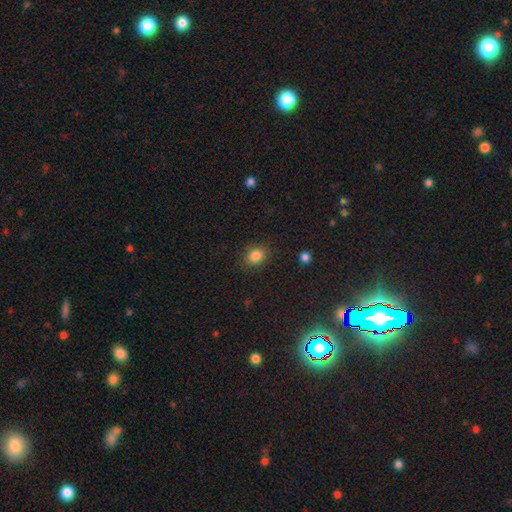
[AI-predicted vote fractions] Overall: smooth (85%). How rounded: in between (52%; round 47%). Merging: none (84%).